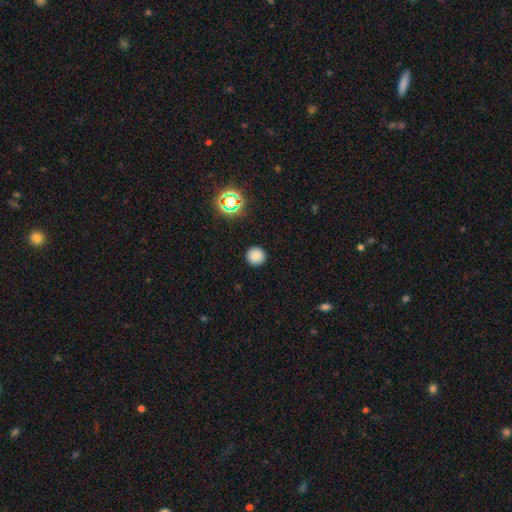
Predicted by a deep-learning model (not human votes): Smooth or featured? Predicted: smooth (p=0.81). How rounded? Predicted: round (p=0.95). Merging? Predicted: none (p=0.92).